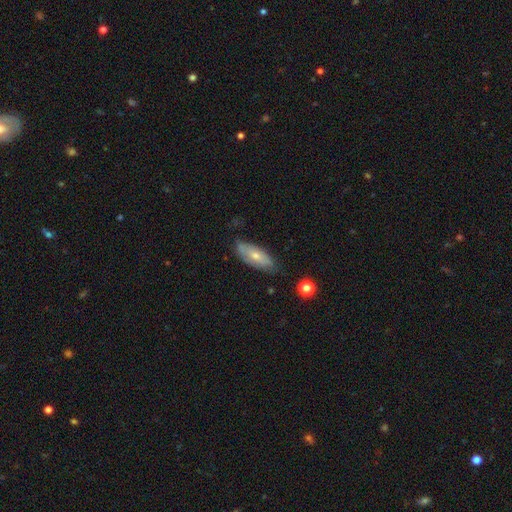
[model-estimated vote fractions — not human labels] Q: Smooth or featured?
A: smooth (58%); runner-up: featured or disk (35%)
Q: How rounded?
A: in between (76%); runner-up: cigar-shaped (21%)
Q: Merging?
A: none (69%); runner-up: minor disturbance (24%)